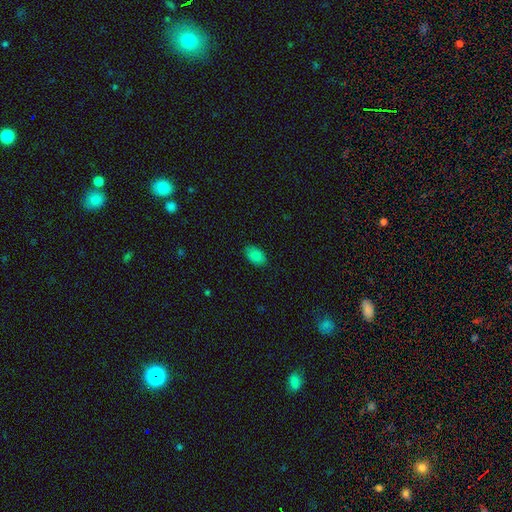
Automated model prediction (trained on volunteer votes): smooth 86%, star or artifact 9%, featured or disk 4%. Down the decision tree: how rounded — in between (91%); merging — none (85%).